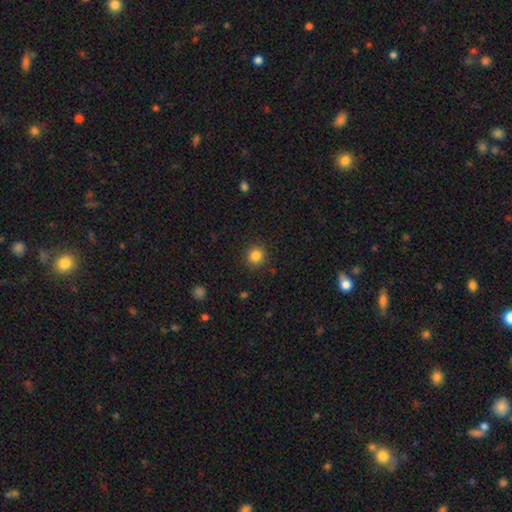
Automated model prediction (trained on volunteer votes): This is clearly a smooth galaxy (84%). How rounded: clearly round (92%). Merging: clearly none (90%).